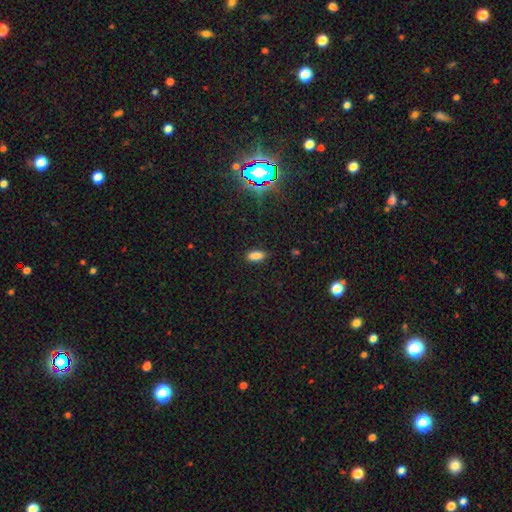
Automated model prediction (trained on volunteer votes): Smooth or featured: smooth — 81% (star or artifact — 14%)
How rounded: in between — 84% (cigar-shaped — 12%)
Merging: none — 84% (minor disturbance — 12%)